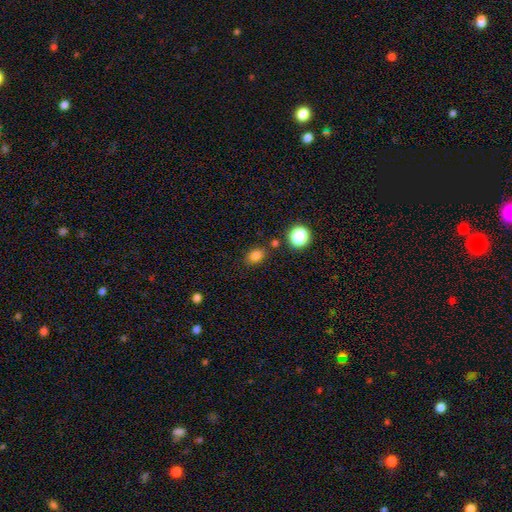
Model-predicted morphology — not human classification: Smooth or featured: smooth — 80% (star or artifact — 14%)
How rounded: in between — 62% (round — 37%)
Merging: none — 78% (minor disturbance — 12%)